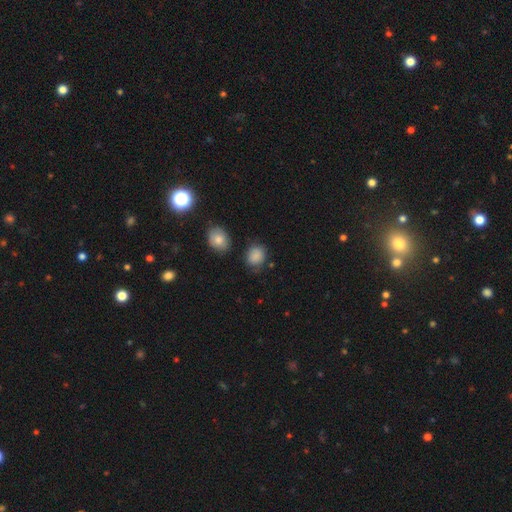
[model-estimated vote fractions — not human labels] The model was most divided on "how rounded": round: 62%, in between: 37%, cigar-shaped: 1%. More confident: smooth or featured — smooth (85%); merging — none (73%).